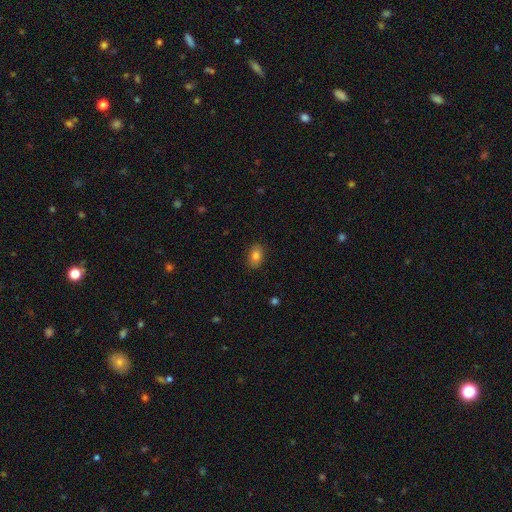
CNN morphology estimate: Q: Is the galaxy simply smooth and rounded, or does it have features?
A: smooth — 82%.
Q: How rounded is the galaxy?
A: in between — 85%.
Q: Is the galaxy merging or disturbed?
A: none — 87%.